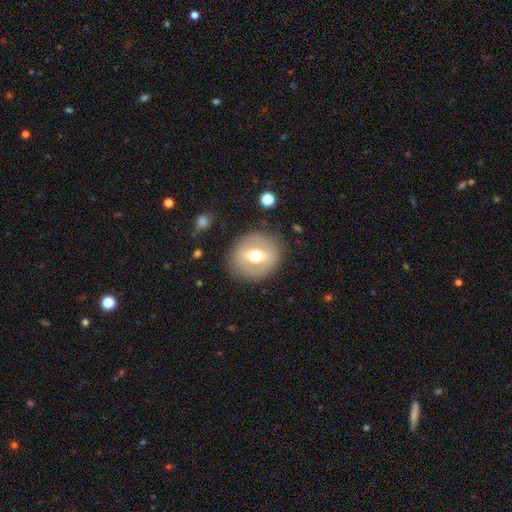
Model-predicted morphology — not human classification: smooth-or-featured: featured or disk: 46% (tied) | smooth: 46% (tied) | star or artifact: 8%
  merging: none: 83% | minor disturbance: 10% | major disturbance: 5% | merger: 2%